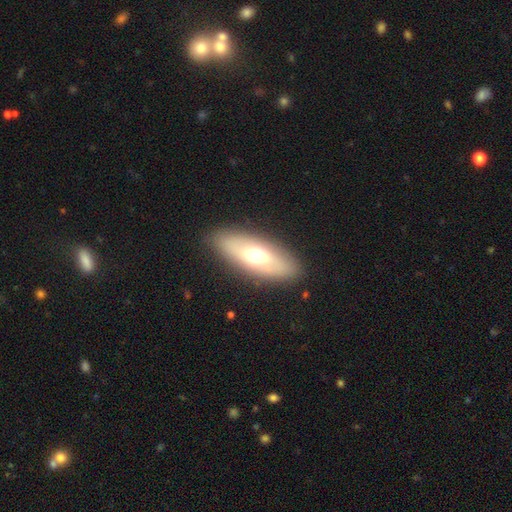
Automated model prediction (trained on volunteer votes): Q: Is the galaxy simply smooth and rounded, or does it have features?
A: smooth — 53%.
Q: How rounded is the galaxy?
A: in between — 72%.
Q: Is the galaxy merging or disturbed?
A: none — 87%.